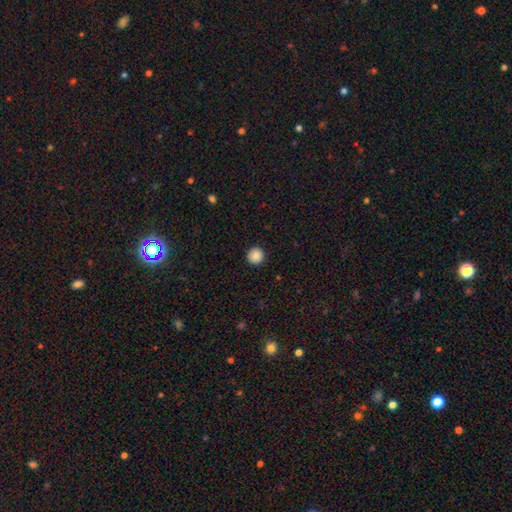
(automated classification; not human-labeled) smooth 87%, star or artifact 9%, featured or disk 4%. Down the decision tree: how rounded — round (96%); merging — none (93%).